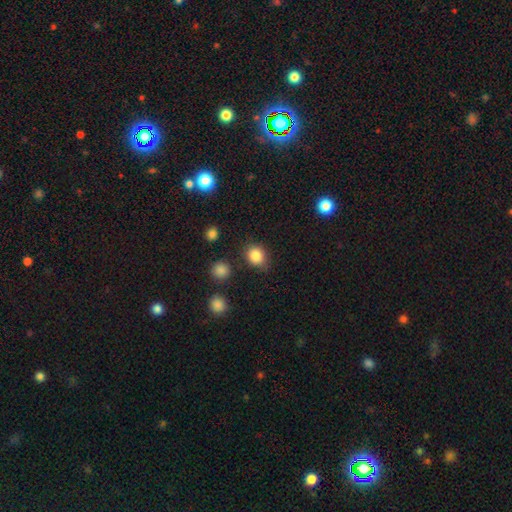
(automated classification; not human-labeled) Smooth or featured? smooth (85%)
How rounded? round (64%)
Merging? none (75%)